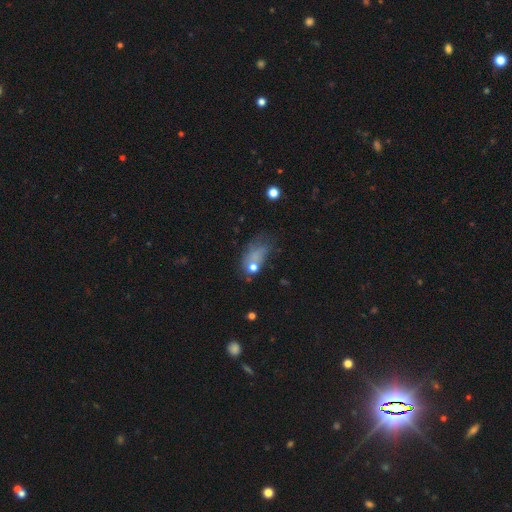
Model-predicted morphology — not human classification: smooth-or-featured: smooth: 61% | featured or disk: 23% | star or artifact: 16%
  how-rounded: in between: 80% | round: 17% | cigar-shaped: 3%
  merging: major disturbance: 41% | none: 25% | minor disturbance: 23% | merger: 11%